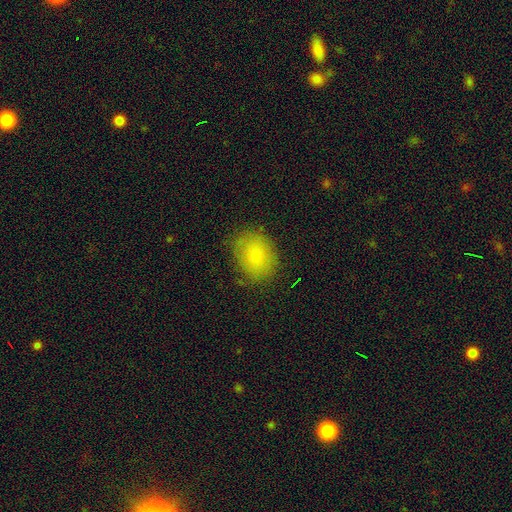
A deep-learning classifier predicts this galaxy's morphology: smooth-or-featured: smooth: 78% | featured or disk: 12% | star or artifact: 10%
  how-rounded: round: 52% | in between: 47% | cigar-shaped: 1%
  merging: none: 77% | minor disturbance: 17% | major disturbance: 5% | merger: 1%